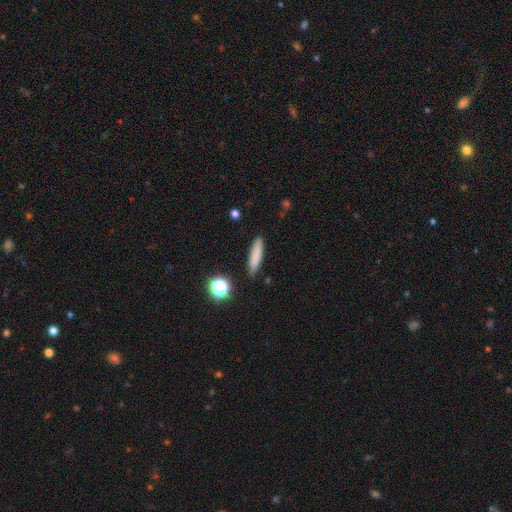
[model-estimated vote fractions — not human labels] Q: Smooth or featured?
A: smooth (79%); runner-up: featured or disk (11%)
Q: How rounded?
A: cigar-shaped (82%); runner-up: in between (16%)
Q: Merging?
A: none (87%); runner-up: minor disturbance (9%)